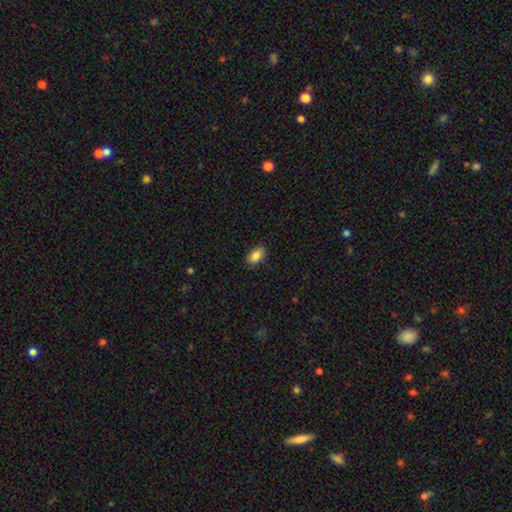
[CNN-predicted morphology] smooth_or_featured: smooth (p=0.86) [alt: star or artifact p=0.07]
how_rounded: in between (p=0.91) [alt: round p=0.05]
merging: none (p=0.87) [alt: minor disturbance p=0.10]